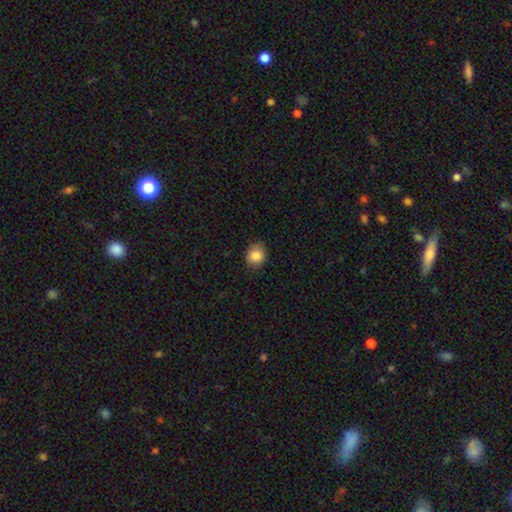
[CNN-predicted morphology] Q: Smooth or featured?
A: smooth (85%); runner-up: star or artifact (9%)
Q: How rounded?
A: round (59%); runner-up: in between (40%)
Q: Merging?
A: none (81%); runner-up: minor disturbance (15%)